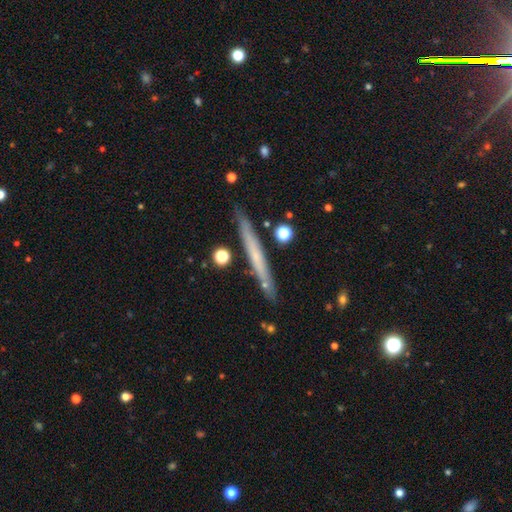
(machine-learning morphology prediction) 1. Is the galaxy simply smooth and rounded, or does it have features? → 47% featured or disk, 46% smooth, 7% star or artifact.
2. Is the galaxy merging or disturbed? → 86% none, 9% minor disturbance, 3% merger, 2% major disturbance.